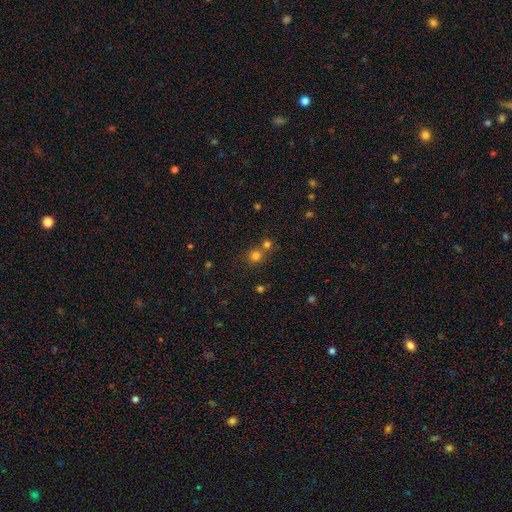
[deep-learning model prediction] The model was most divided on "merging": none: 57%, merger: 33%, minor disturbance: 7%, major disturbance: 3%. More confident: how rounded — round (87%); smooth or featured — smooth (75%).